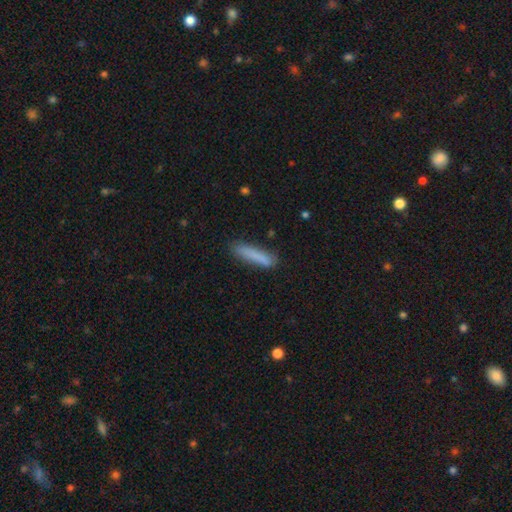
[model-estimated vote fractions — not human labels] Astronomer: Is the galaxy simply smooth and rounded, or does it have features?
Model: smooth — 82%.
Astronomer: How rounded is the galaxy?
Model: cigar-shaped — 88%.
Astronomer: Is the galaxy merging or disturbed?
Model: none — 82%.